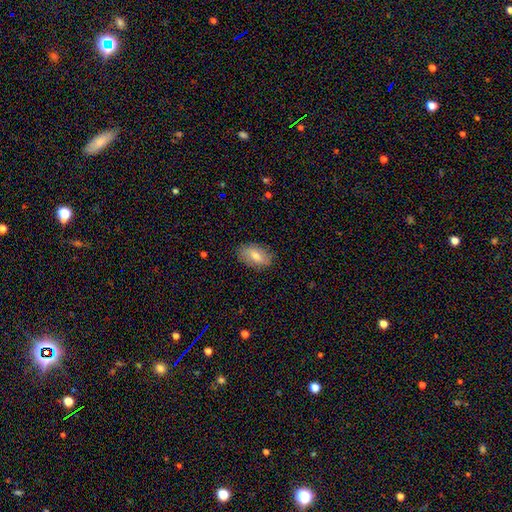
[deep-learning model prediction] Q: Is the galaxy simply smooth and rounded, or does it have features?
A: smooth — 65%.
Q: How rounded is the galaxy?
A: in between — 91%.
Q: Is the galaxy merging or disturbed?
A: none — 85%.